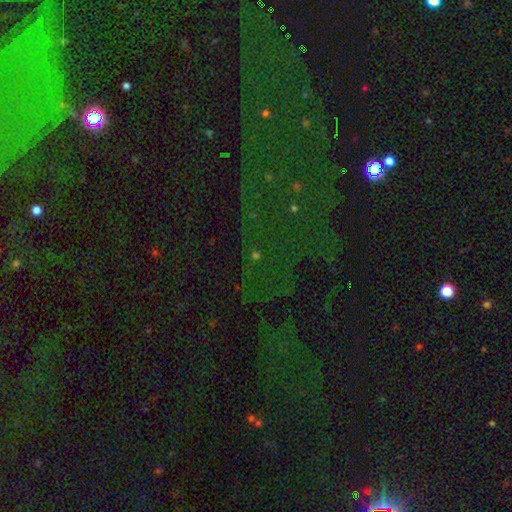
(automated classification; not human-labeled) A star or artifact, not a galaxy (75%).